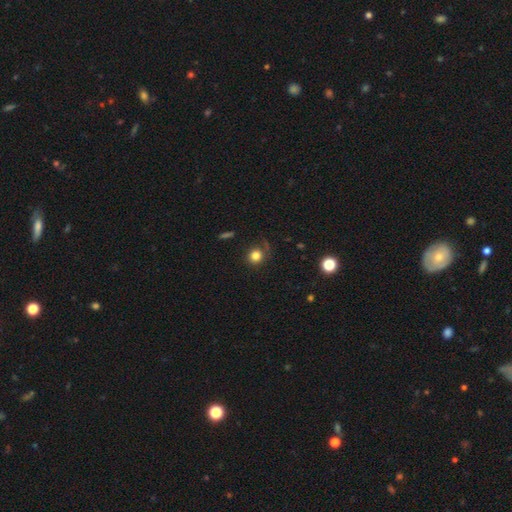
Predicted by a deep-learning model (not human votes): smooth-or-featured: smooth: 81% | star or artifact: 12% | featured or disk: 7%
  how-rounded: round: 87% | in between: 12% | cigar-shaped: 1%
  merging: none: 74% | minor disturbance: 15% | major disturbance: 8% | merger: 3%